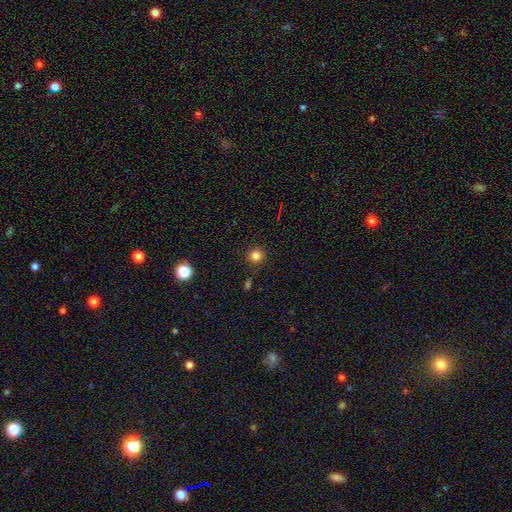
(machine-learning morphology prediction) type=smooth (82%); roundness=round (94%); merging=none (89%).